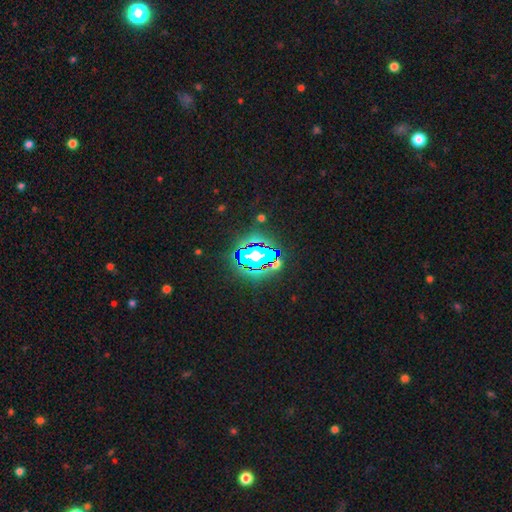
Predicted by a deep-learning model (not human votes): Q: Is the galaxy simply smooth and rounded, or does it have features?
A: star or artifact — 66%.